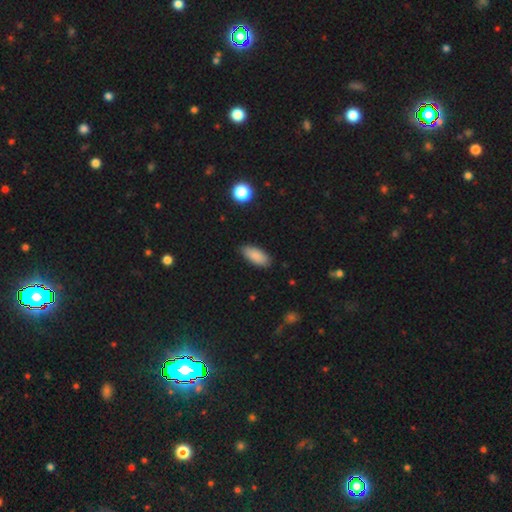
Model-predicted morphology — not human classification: A smooth galaxy with no disk features (88%) that is in between round and cigar-shaped (85%).

Vote fractions:
- Smooth or featured? smooth: 88% / star or artifact: 7% / featured or disk: 5%
- How rounded? in between: 85% / cigar-shaped: 13% / round: 2%
- Merging? none: 84% / minor disturbance: 12% / major disturbance: 2% / merger: 1%